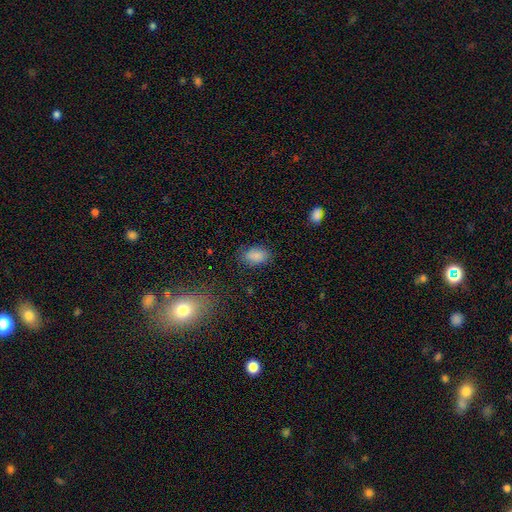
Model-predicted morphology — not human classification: Smooth or featured: smooth — 86% (star or artifact — 9%)
How rounded: in between — 91% (round — 7%)
Merging: none — 82% (minor disturbance — 13%)